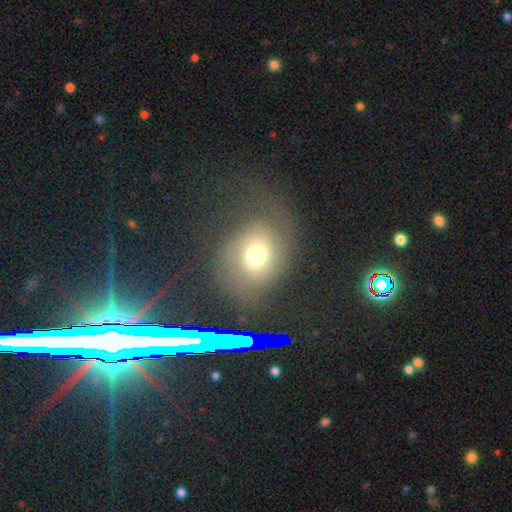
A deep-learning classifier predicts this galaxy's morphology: This appears to be a smooth galaxy with no disk features (47%). Merging: none (56%).